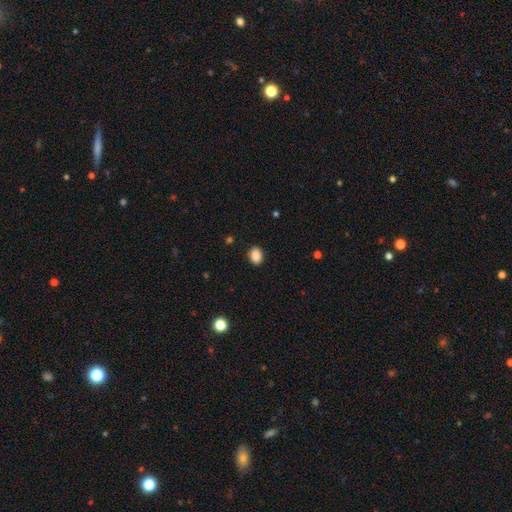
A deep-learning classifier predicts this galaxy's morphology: smooth_or_featured: smooth (p=0.89) [alt: star or artifact p=0.08]
how_rounded: in between (p=0.64) [alt: round p=0.35]
merging: none (p=0.90) [alt: minor disturbance p=0.07]